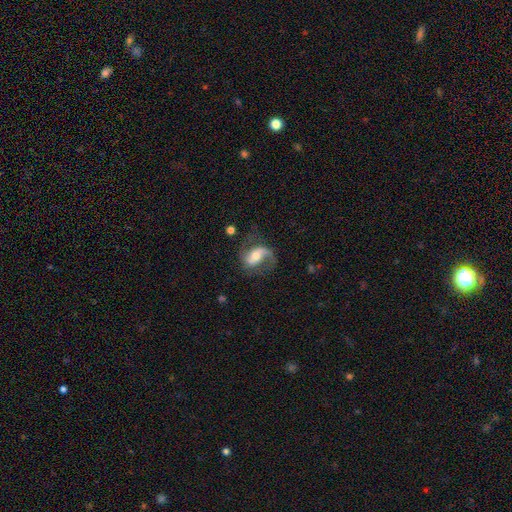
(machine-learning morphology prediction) A featured or disk galaxy (78%) with a weak bar (40%), 2 (68%) loose (54%) spiral arms (93%) and a moderate central bulge (56%). Merging: none (57%).